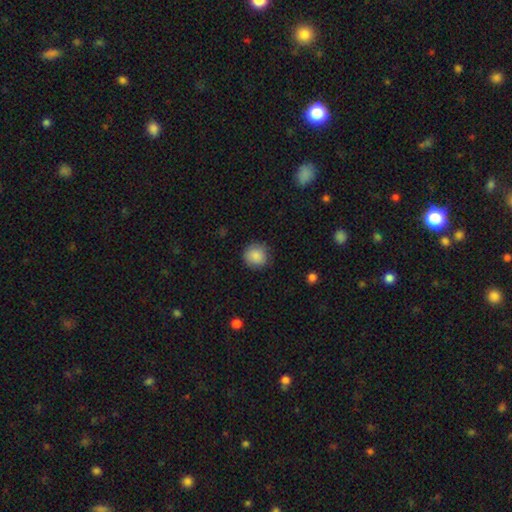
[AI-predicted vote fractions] The model was most divided on "merging": none: 86%, minor disturbance: 10%, major disturbance: 3%, merger: 1%. More confident: how rounded — round (93%); smooth or featured — smooth (87%).